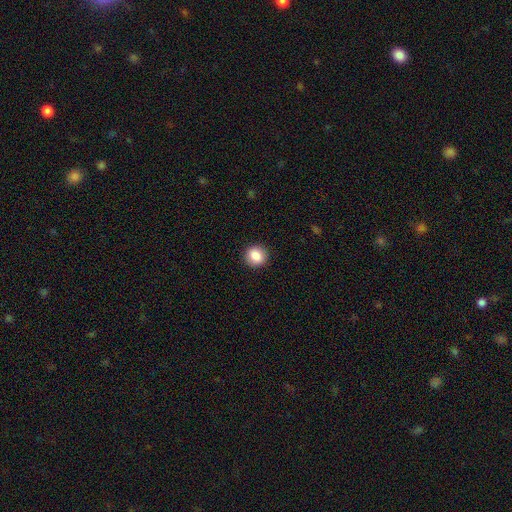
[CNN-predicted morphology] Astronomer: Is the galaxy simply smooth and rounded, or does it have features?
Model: smooth — 86%.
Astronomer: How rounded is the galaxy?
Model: round — 88%.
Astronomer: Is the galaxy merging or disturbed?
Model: none — 91%.